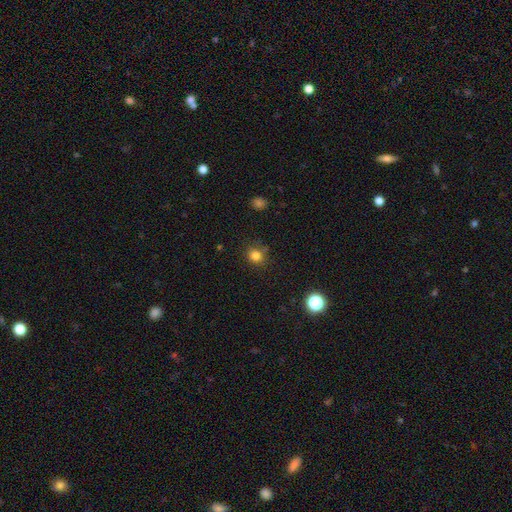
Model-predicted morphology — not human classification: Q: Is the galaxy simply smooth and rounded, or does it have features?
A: smooth — 81%.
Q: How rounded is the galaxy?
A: round — 83%.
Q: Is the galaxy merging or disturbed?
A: none — 80%.